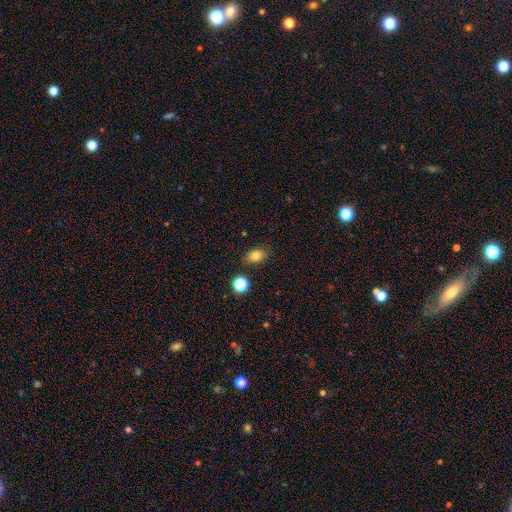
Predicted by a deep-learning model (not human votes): The model was most divided on "how rounded": in between: 79%, round: 19%, cigar-shaped: 2%. More confident: merging — none (83%); smooth or featured — smooth (79%).